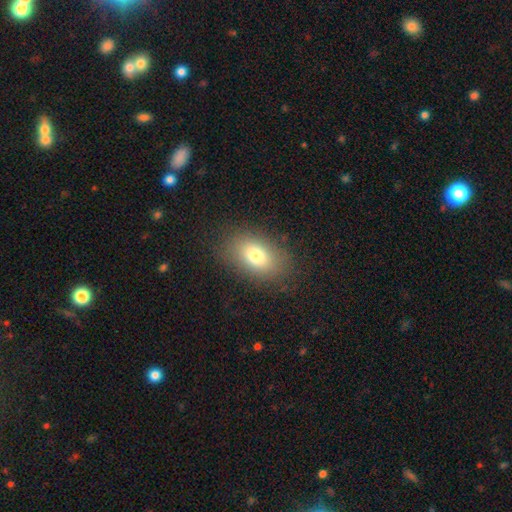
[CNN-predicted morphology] This is likely a smooth galaxy (77%). How rounded: clearly in between (84%). Merging: clearly none (83%).